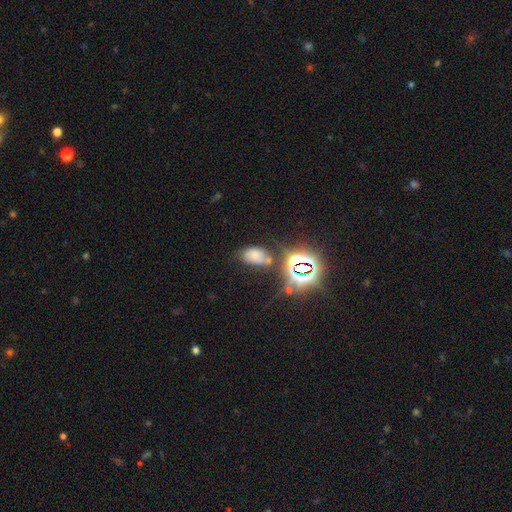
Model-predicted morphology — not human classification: smooth_or_featured: smooth (p=0.54) [alt: star or artifact p=0.30]
how_rounded: in between (p=0.87) [alt: round p=0.11]
merging: none (p=0.54) [alt: minor disturbance p=0.22]